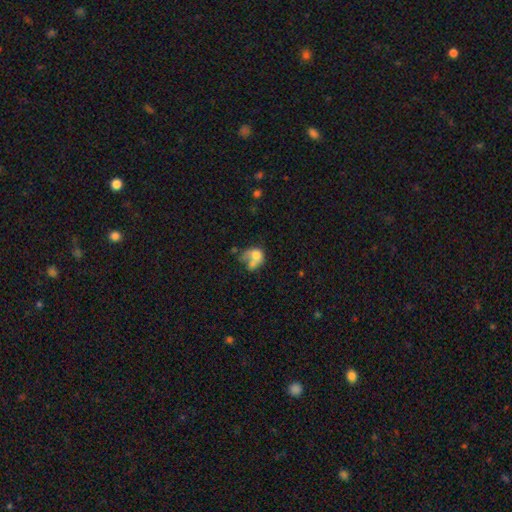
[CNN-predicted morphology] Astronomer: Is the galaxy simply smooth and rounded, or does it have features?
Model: smooth — 60%.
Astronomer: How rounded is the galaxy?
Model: in between — 51% (runner-up: round, 48%).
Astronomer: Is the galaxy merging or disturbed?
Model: merger — 41% (runner-up: major disturbance, 26%).